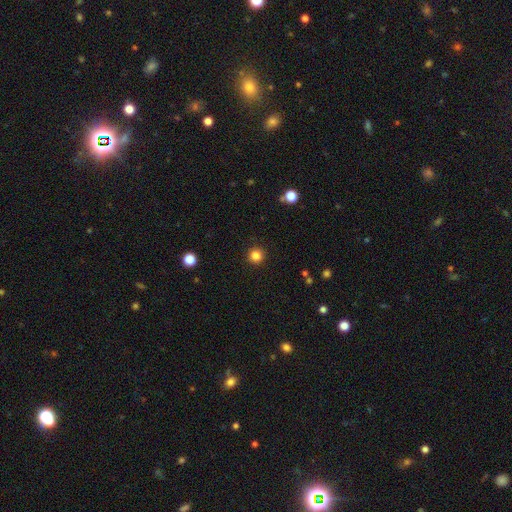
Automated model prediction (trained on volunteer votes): This is clearly a smooth galaxy (84%). How rounded: clearly round (96%). Merging: clearly none (93%).